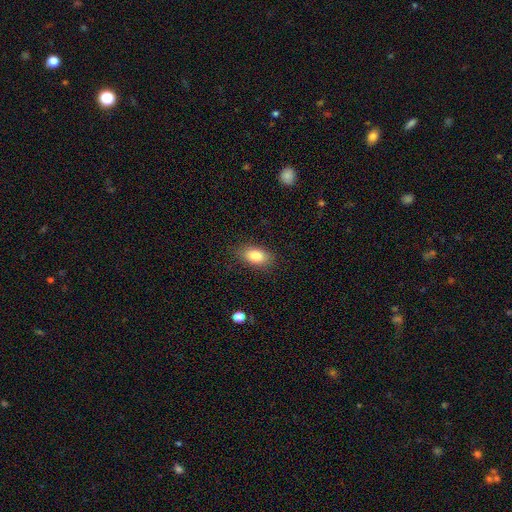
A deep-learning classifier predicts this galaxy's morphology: Smooth or featured? smooth (85%)
How rounded? in between (90%)
Merging? none (84%)